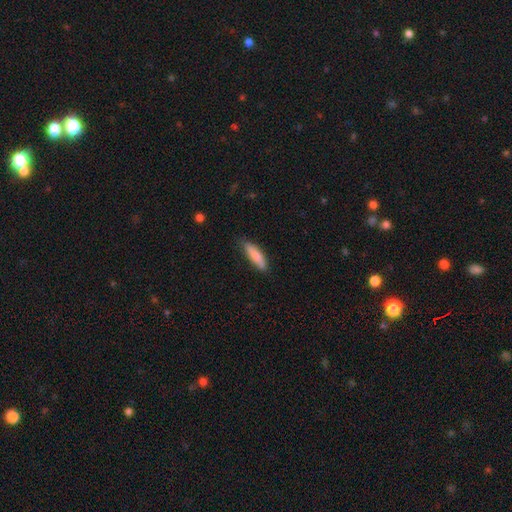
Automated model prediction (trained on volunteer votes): smooth-or-featured: smooth: 82% | featured or disk: 12% | star or artifact: 6%
  how-rounded: cigar-shaped: 66% | in between: 32% | round: 1%
  merging: none: 78% | minor disturbance: 18% | major disturbance: 3% | merger: 1%